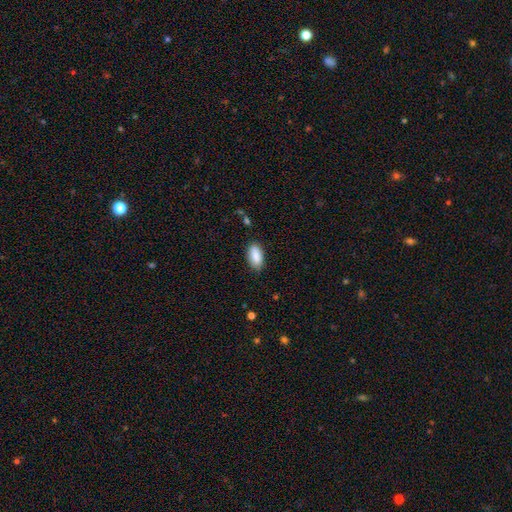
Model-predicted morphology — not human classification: A smooth galaxy with no disk features (88%) that is in between round and cigar-shaped (92%).

Vote fractions:
- Smooth or featured? smooth: 88% / star or artifact: 6% / featured or disk: 5%
- How rounded? in between: 92% / cigar-shaped: 6% / round: 2%
- Merging? none: 83% / minor disturbance: 13% / major disturbance: 2% / merger: 1%